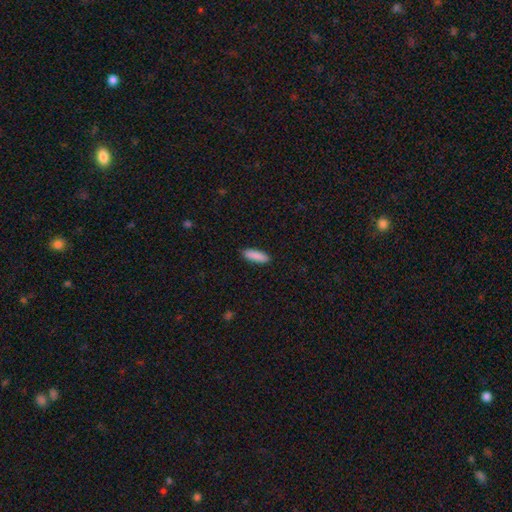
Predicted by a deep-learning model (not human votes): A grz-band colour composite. It shows a smooth galaxy with no disk features (89%) that is in between round and cigar-shaped (51%). Merging: none (89%).